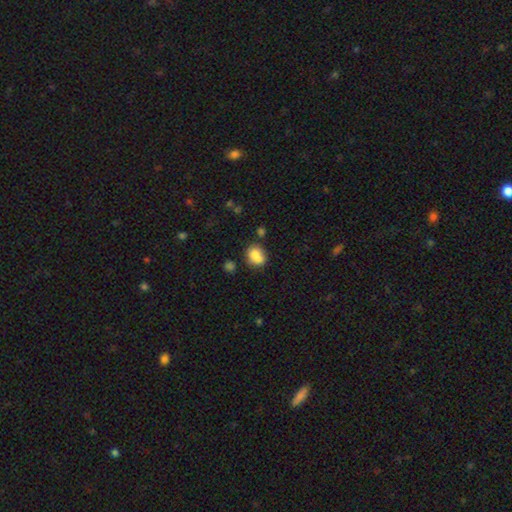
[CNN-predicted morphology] This appears to be a smooth galaxy with no disk features (79%) that is round (55%). Merging: none (56%).